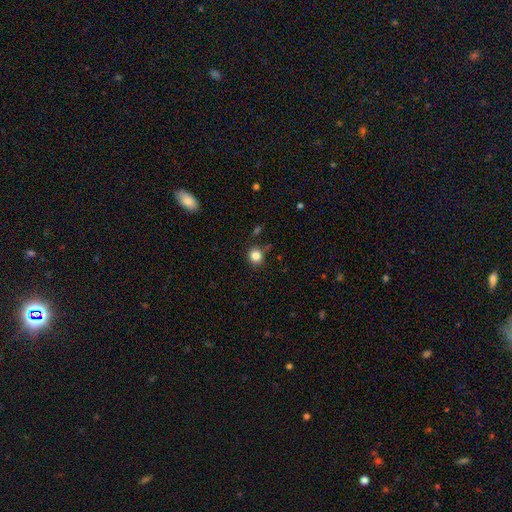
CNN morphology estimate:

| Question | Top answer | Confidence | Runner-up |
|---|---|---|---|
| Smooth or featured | smooth | 84% | star or artifact (11%) |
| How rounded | round | 87% | in between (12%) |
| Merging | none | 81% | minor disturbance (12%) |